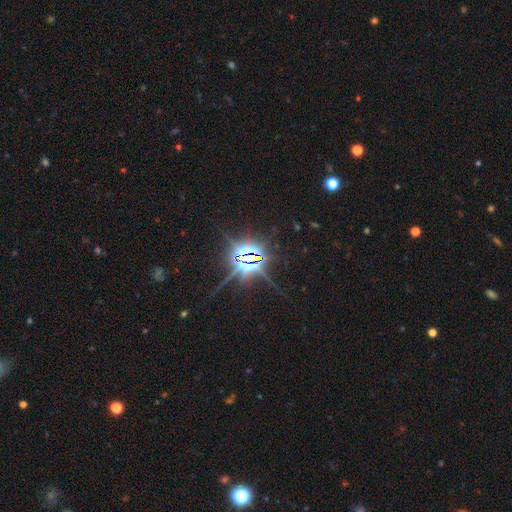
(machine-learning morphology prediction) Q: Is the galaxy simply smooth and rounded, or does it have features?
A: star or artifact — 82%.